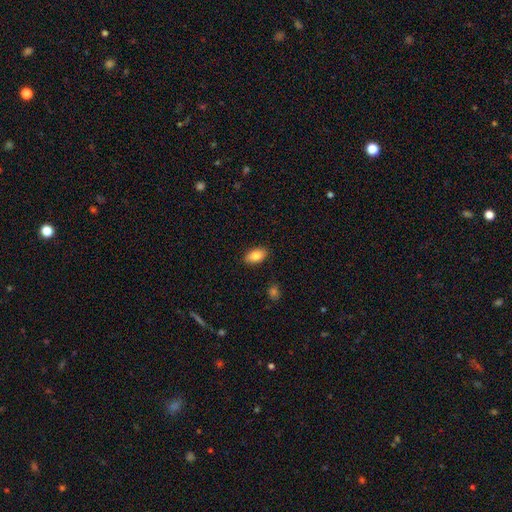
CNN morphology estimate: type=smooth (85%); roundness=in between (93%); merging=none (88%).